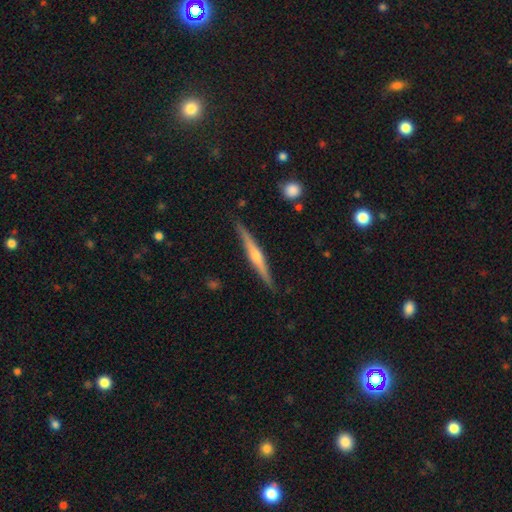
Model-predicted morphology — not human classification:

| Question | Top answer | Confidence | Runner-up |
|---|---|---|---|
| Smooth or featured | featured or disk | 79% | smooth (15%) |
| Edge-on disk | yes | 98% | no (2%) |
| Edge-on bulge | rounded | 88% | none (7%) |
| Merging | none | 90% | minor disturbance (8%) |